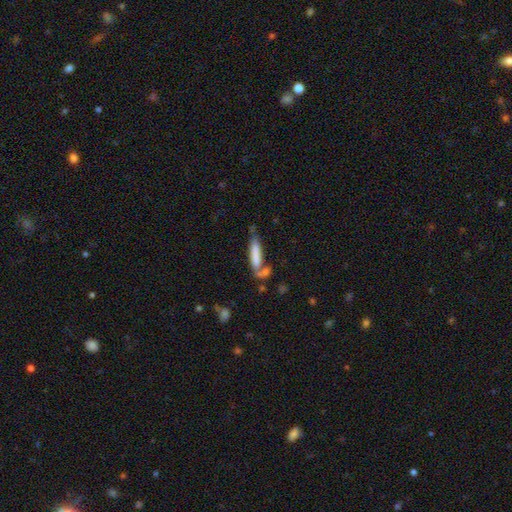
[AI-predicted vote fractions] A smooth galaxy with no disk features (74%) that is cigar-shaped (79%).

Vote fractions:
- Smooth or featured? smooth: 74% / featured or disk: 18% / star or artifact: 7%
- How rounded? cigar-shaped: 79% / in between: 19% / round: 2%
- Merging? none: 46% / merger: 26% / minor disturbance: 20% / major disturbance: 9%